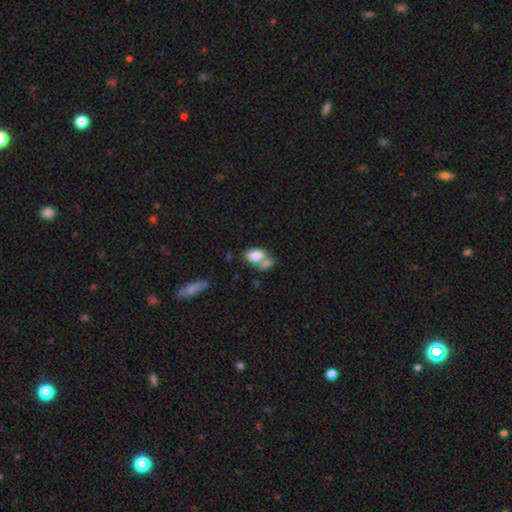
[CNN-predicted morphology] Smooth or featured? Predicted: smooth (p=0.81). How rounded? Predicted: in between (p=0.87). Merging? Predicted: merger (p=0.49).